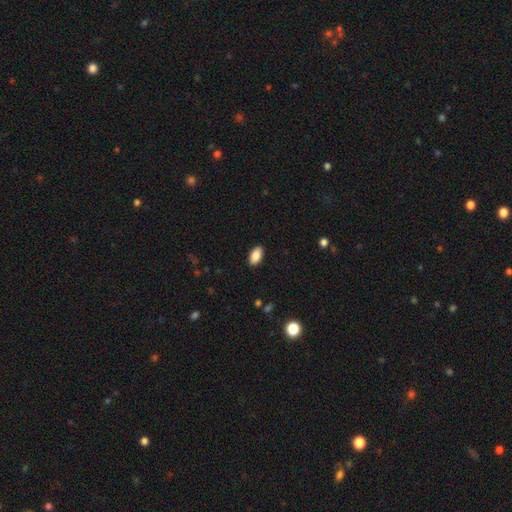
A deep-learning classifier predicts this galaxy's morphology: Smooth or featured? smooth (88%)
How rounded? in between (94%)
Merging? none (89%)